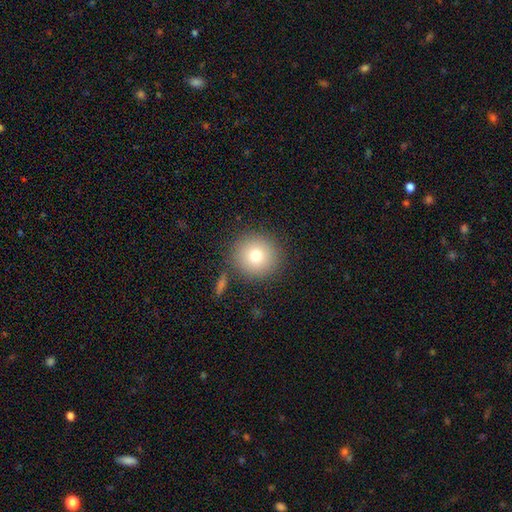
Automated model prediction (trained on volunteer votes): Smooth or featured?
  - smooth: 74% *
  - featured or disk: 14%
  - star or artifact: 12%
How rounded?
  - round: 94% *
  - in between: 5%
  - cigar-shaped: 1%
Merging?
  - none: 85% *
  - minor disturbance: 8%
  - merger: 4%
  - major disturbance: 3%